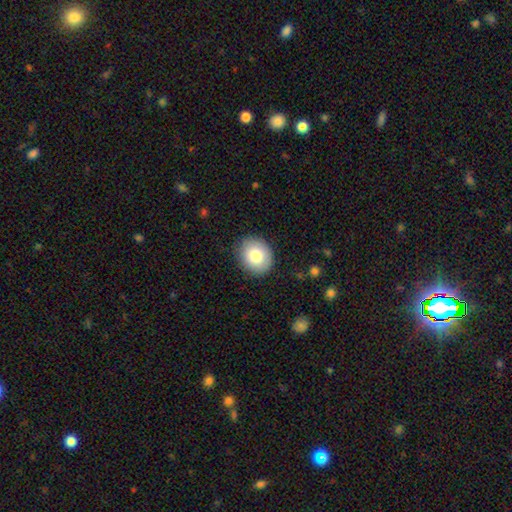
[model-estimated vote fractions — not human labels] Smooth or featured?
  - smooth: 81% *
  - featured or disk: 11%
  - star or artifact: 8%
How rounded?
  - round: 64% *
  - in between: 35%
  - cigar-shaped: 1%
Merging?
  - none: 86% *
  - minor disturbance: 10%
  - major disturbance: 2%
  - merger: 1%